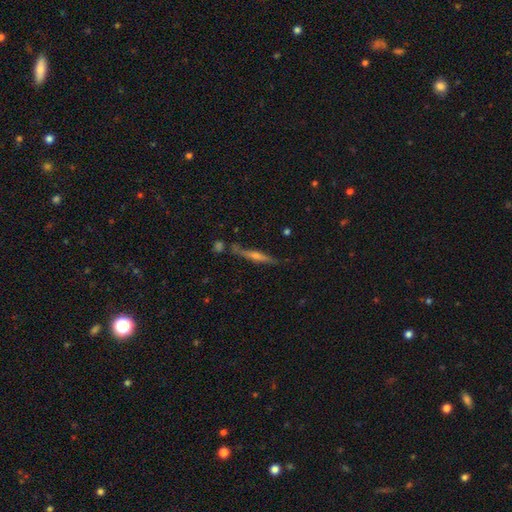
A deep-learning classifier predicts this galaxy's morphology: A featured or disk galaxy (68%) viewed edge-on (96%) with a rounded central bulge (73%).

Vote fractions:
- Smooth or featured? featured or disk: 68% / smooth: 24% / star or artifact: 8%
- Edge-on disk? yes: 96% / no: 4%
- Edge-on bulge? rounded: 73% / none: 17% / boxy: 10%
- Merging? none: 78% / minor disturbance: 13% / merger: 6% / major disturbance: 3%